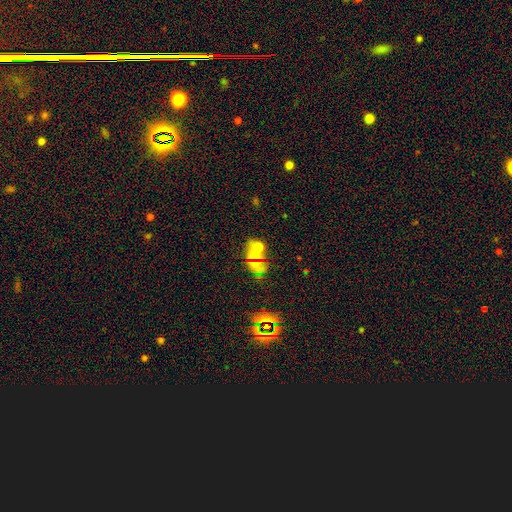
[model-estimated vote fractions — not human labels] Smooth or featured? smooth (45%)
Merging? none (53%)